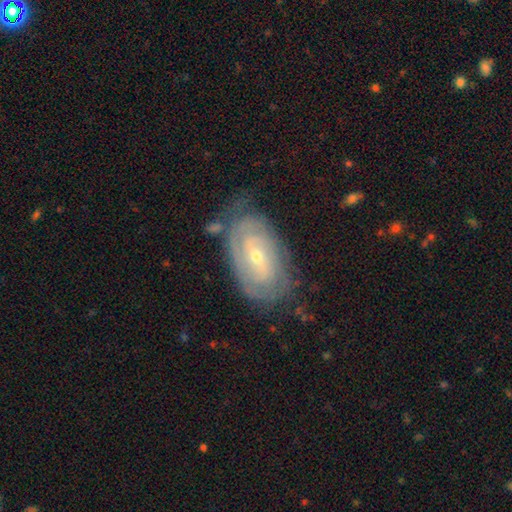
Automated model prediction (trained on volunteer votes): Q: Smooth or featured?
A: featured or disk (77%); runner-up: smooth (14%)
Q: Edge-on disk?
A: no (93%); runner-up: yes (7%)
Q: Bar?
A: no (50%); runner-up: weak (37%)
Q: Spiral arms?
A: yes (86%); runner-up: no (14%)
Q: Spiral winding?
A: tight (75%); runner-up: medium (19%)
Q: Spiral arm count?
A: can't tell (47%); runner-up: 2 (31%)
Q: Bulge size?
A: small (59%); runner-up: moderate (38%)
Q: Merging?
A: none (71%); runner-up: minor disturbance (20%)